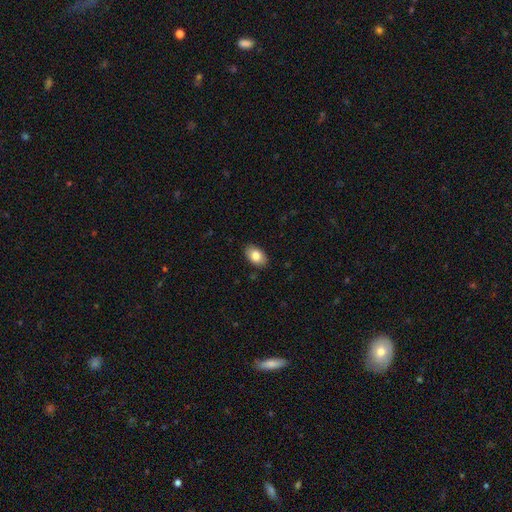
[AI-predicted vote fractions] Smooth or featured: smooth — 83% (featured or disk — 10%)
How rounded: in between — 89% (round — 10%)
Merging: none — 88% (minor disturbance — 9%)